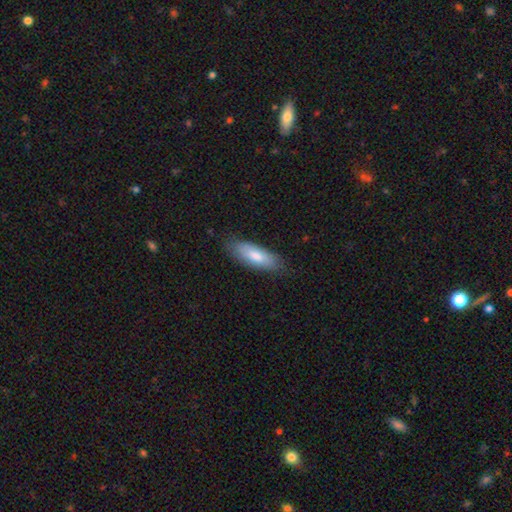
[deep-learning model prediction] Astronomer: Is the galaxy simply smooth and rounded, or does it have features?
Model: smooth — 76%.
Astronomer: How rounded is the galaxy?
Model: in between — 67%.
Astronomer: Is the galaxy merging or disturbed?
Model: none — 79%.